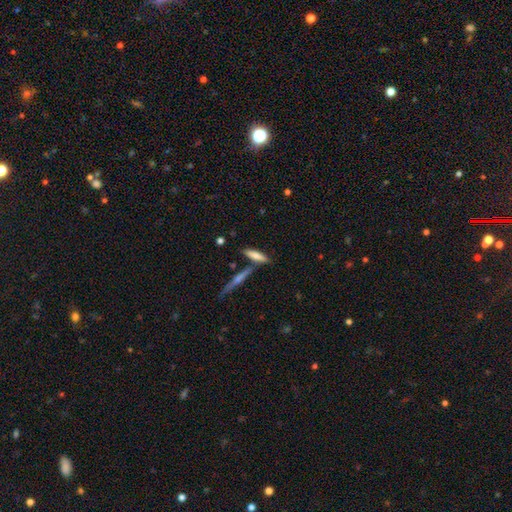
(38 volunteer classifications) A smooth galaxy with no disk features (68%) that is cigar-shaped (65%).

Vote fractions:
- Smooth or featured? smooth: 68% / featured or disk: 26% / star or artifact: 5%
- How rounded? cigar-shaped: 65% / in between: 35% / round: 0%
- Merging? none: 56% / merger: 25% / minor disturbance: 14% / major disturbance: 6%